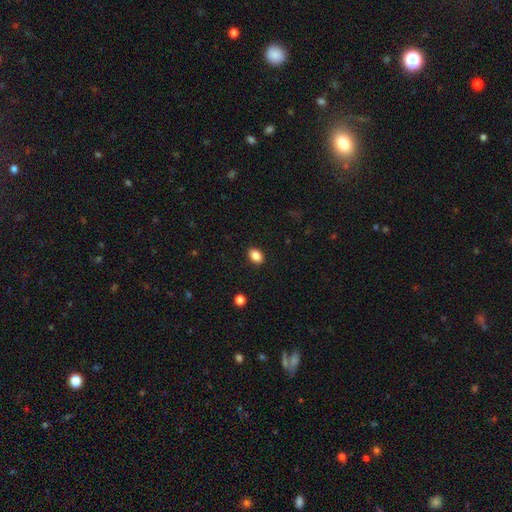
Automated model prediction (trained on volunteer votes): Morphology: type=smooth (87%); roundness=in between (80%); merging=none (89%).